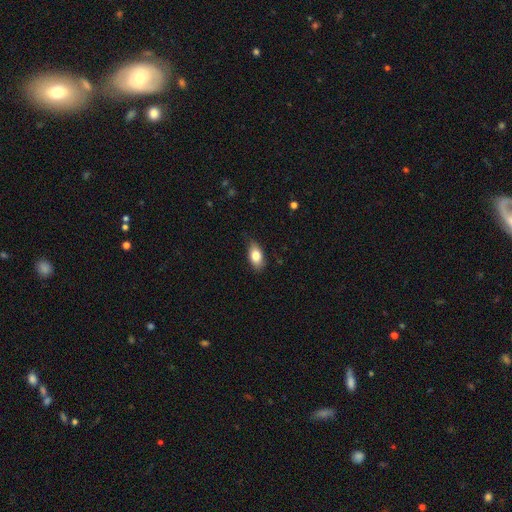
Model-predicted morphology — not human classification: The model was most divided on "merging": none: 79%, minor disturbance: 17%, major disturbance: 3%, merger: 1%. More confident: how rounded — in between (89%); smooth or featured — smooth (81%).